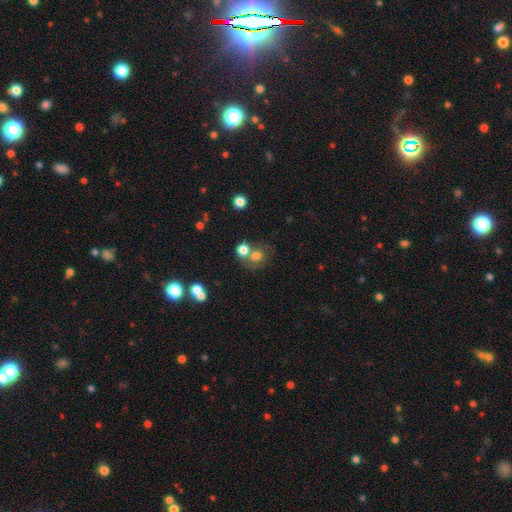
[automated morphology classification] Smooth or featured?
  - smooth: 73% *
  - star or artifact: 14%
  - featured or disk: 13%
How rounded?
  - round: 78% *
  - in between: 21%
  - cigar-shaped: 1%
Merging?
  - none: 46% *
  - merger: 40%
  - minor disturbance: 9%
  - major disturbance: 5%